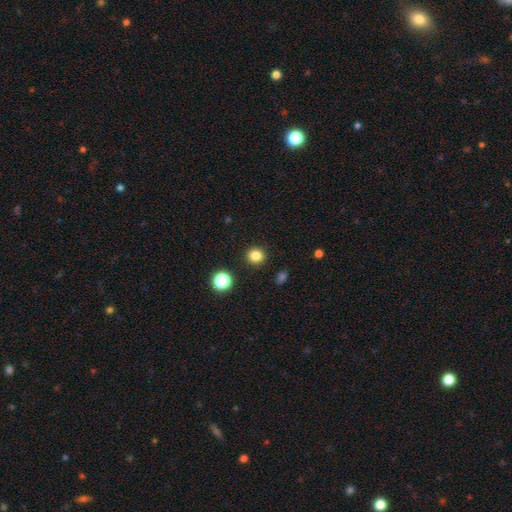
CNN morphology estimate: Overall: smooth (82%). How rounded: round (90%). Merging: none (91%).